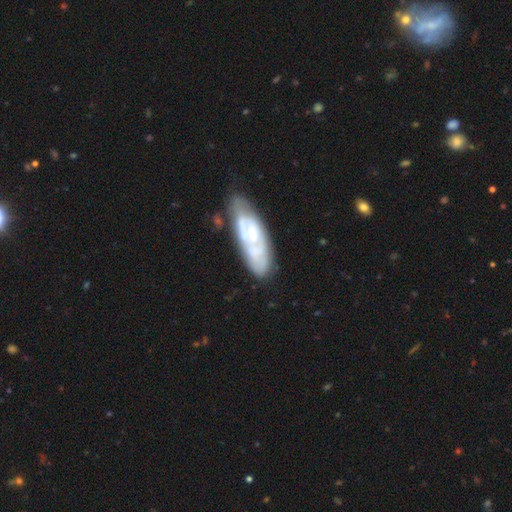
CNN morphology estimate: smooth-or-featured: featured or disk: 63% | smooth: 30% | star or artifact: 6%
  disk-edge-on: no: 88% | yes: 12%
    bar: no: 57% | weak: 30% | strong: 13%
    has-spiral-arms: yes: 51% | no: 49%
    bulge-size: small: 38% | moderate: 37% | none: 16% | large: 7% | dominant: 2%
  merging: none: 52% | minor disturbance: 27% | major disturbance: 14% | merger: 8%